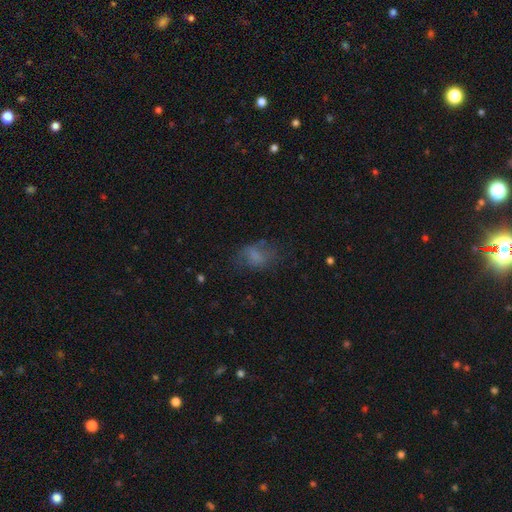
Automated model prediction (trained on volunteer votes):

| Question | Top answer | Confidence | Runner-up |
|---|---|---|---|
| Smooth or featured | smooth | 63% | featured or disk (22%) |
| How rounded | in between | 79% | round (18%) |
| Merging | none | 50% | minor disturbance (24%) |